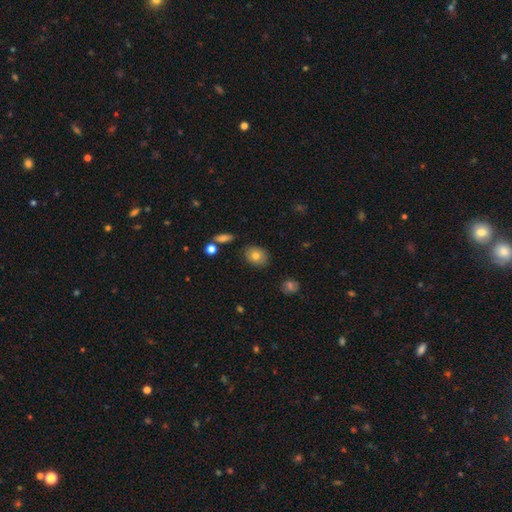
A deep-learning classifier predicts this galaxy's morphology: Smooth or featured? Predicted: smooth (p=0.77). How rounded? Predicted: in between (p=0.52). Merging? Predicted: none (p=0.82).